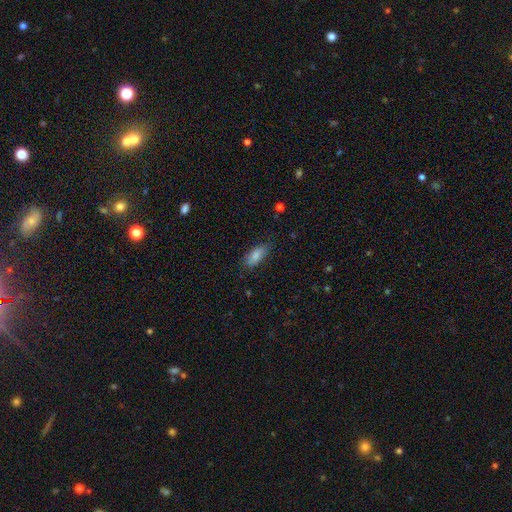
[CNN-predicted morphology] Smooth or featured? Predicted: smooth (p=0.84). How rounded? Predicted: in between (p=0.81). Merging? Predicted: none (p=0.80).